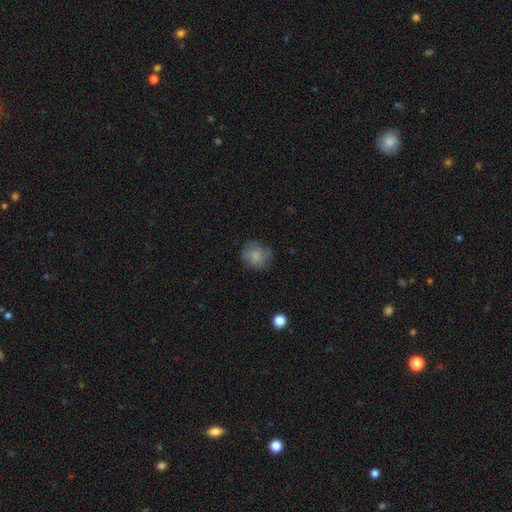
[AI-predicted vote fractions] This is likely a smooth galaxy (76%). How rounded: likely round (77%). Merging: likely none (72%).